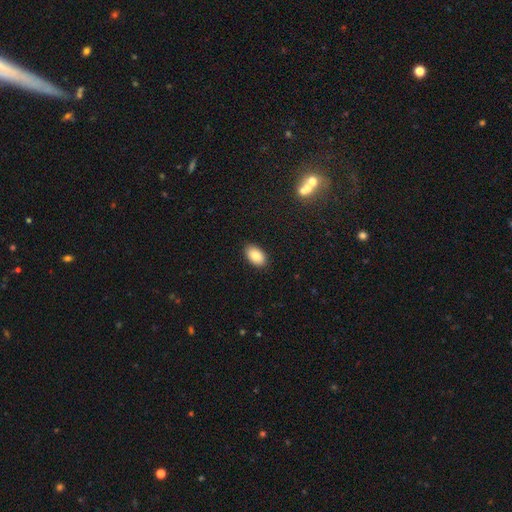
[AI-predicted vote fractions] Q: Smooth or featured?
A: smooth (87%); runner-up: star or artifact (7%)
Q: How rounded?
A: in between (93%); runner-up: round (6%)
Q: Merging?
A: none (88%); runner-up: minor disturbance (9%)